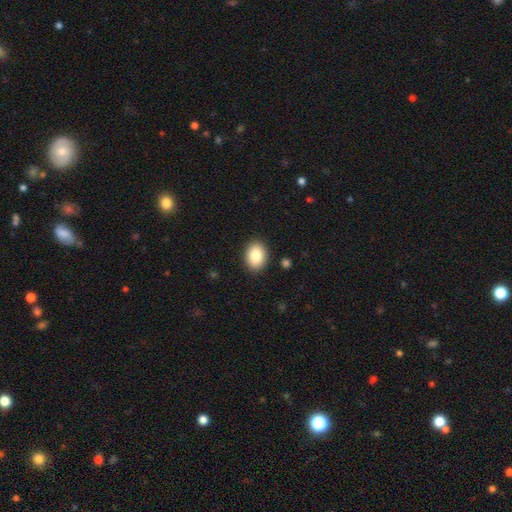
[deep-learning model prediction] Smooth or featured? smooth (85%)
How rounded? in between (72%)
Merging? none (90%)